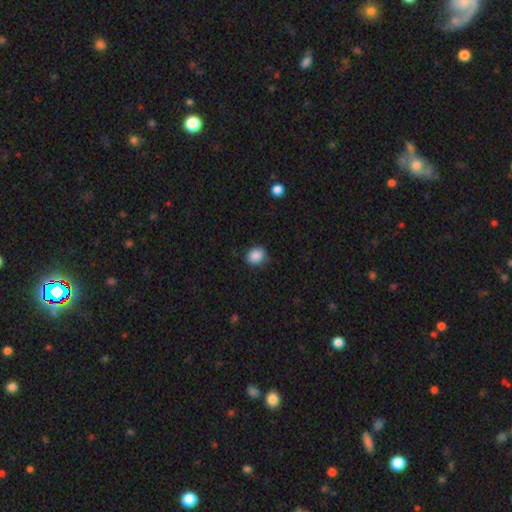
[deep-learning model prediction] Smooth or featured: smooth — 88% (star or artifact — 9%)
How rounded: round — 60% (in between — 39%)
Merging: none — 84% (minor disturbance — 12%)